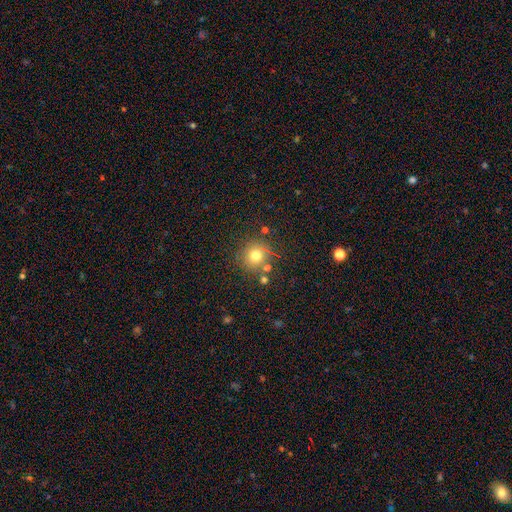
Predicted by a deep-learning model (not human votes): Smooth or featured? Predicted: smooth (p=0.74). How rounded? Predicted: round (p=0.92). Merging? Predicted: none (p=0.79).